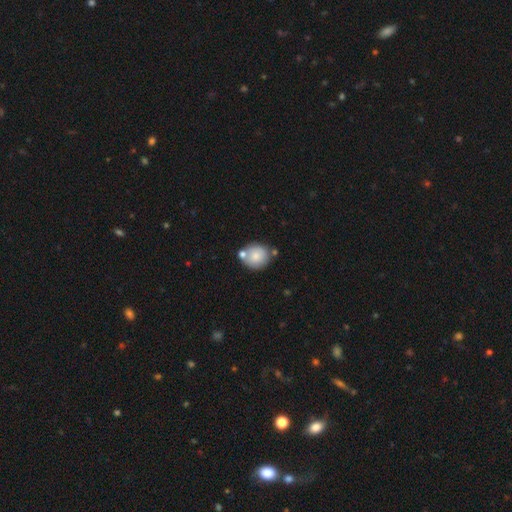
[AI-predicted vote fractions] Overall: smooth (78%). How rounded: round (80%). Merging: none (64%).